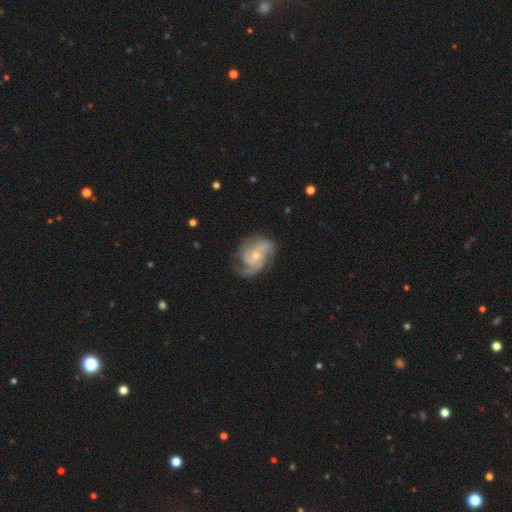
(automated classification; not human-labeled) A featured or disk galaxy (88%) with no bar (68%), 3 (41%) medium (46%) spiral arms (97%) and a small central bulge (55%). Merging: none (67%).